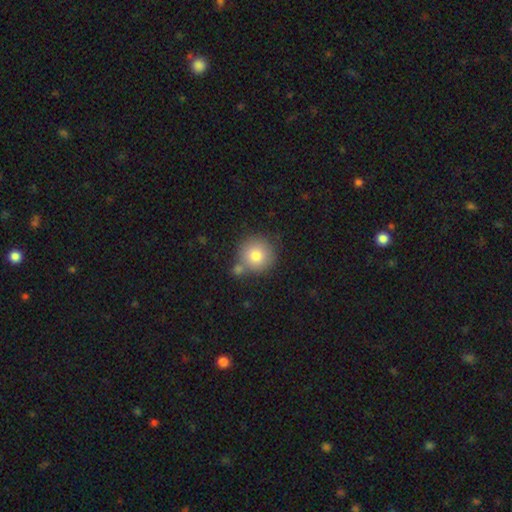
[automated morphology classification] A smooth galaxy with no disk features (81%) that is round (93%).

Vote fractions:
- Smooth or featured? smooth: 81% / featured or disk: 10% / star or artifact: 9%
- How rounded? round: 93% / in between: 6% / cigar-shaped: 1%
- Merging? none: 66% / merger: 18% / minor disturbance: 12% / major disturbance: 4%